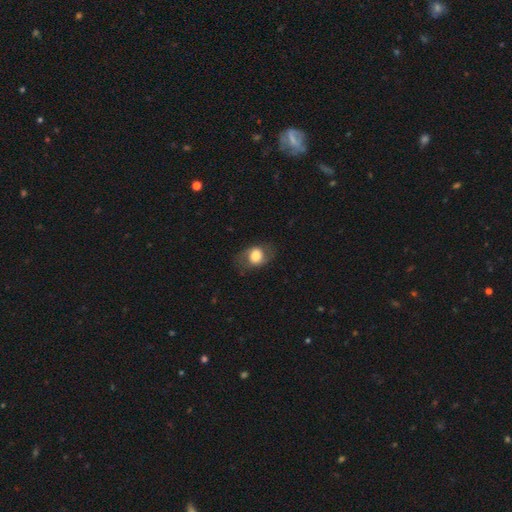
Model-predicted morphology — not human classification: Smooth or featured?
  - smooth: 68% *
  - featured or disk: 24%
  - star or artifact: 8%
How rounded?
  - in between: 59% *
  - round: 40%
  - cigar-shaped: 1%
Merging?
  - none: 72% *
  - minor disturbance: 18%
  - major disturbance: 9%
  - merger: 1%